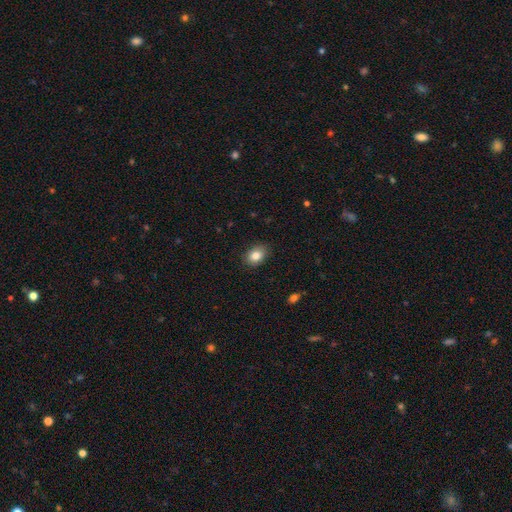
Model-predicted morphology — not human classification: Q: Smooth or featured?
A: smooth (85%); runner-up: star or artifact (9%)
Q: How rounded?
A: in between (70%); runner-up: round (29%)
Q: Merging?
A: none (86%); runner-up: minor disturbance (10%)